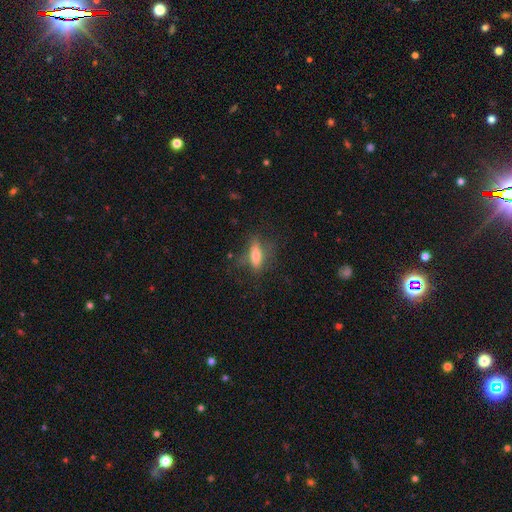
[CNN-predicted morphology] Q: Smooth or featured?
A: smooth (55%); runner-up: featured or disk (36%)
Q: How rounded?
A: cigar-shaped (55%); runner-up: in between (41%)
Q: Merging?
A: none (64%); runner-up: minor disturbance (21%)